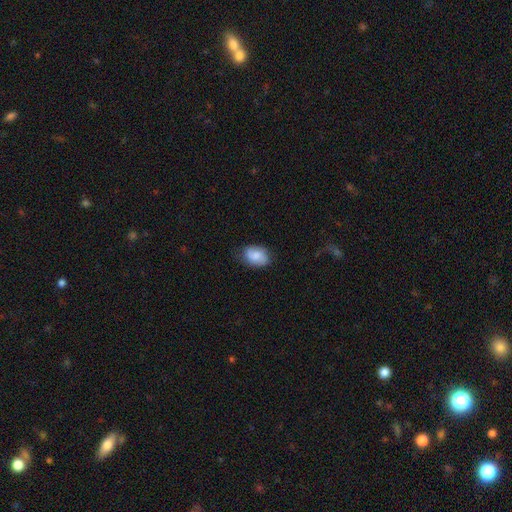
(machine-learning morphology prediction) smooth 68%, featured or disk 24%, star or artifact 8%. Down the decision tree: how rounded — in between (76%); merging — none (74%).